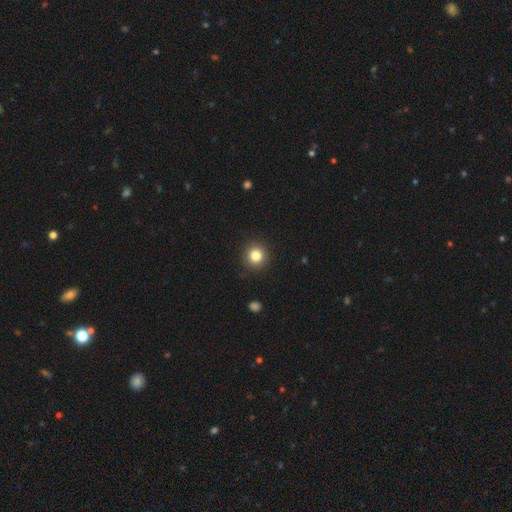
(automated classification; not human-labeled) smooth_or_featured: smooth (p=0.83) [alt: star or artifact p=0.11]
how_rounded: round (p=0.93) [alt: in between p=0.06]
merging: none (p=0.91) [alt: minor disturbance p=0.06]